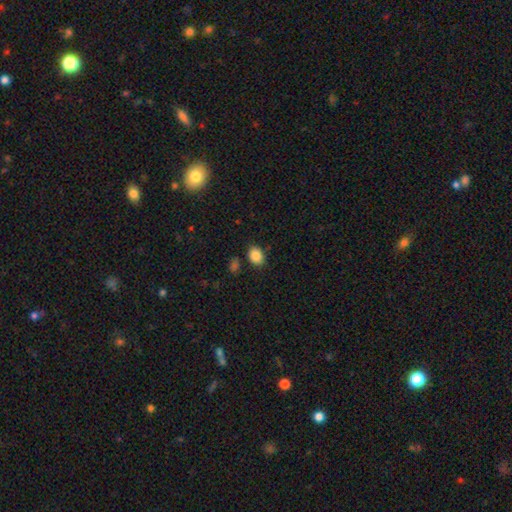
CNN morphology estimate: smooth-or-featured: smooth: 87% | star or artifact: 9% | featured or disk: 5%
  how-rounded: in between: 66% | round: 33% | cigar-shaped: 1%
  merging: none: 83% | minor disturbance: 10% | merger: 4% | major disturbance: 3%